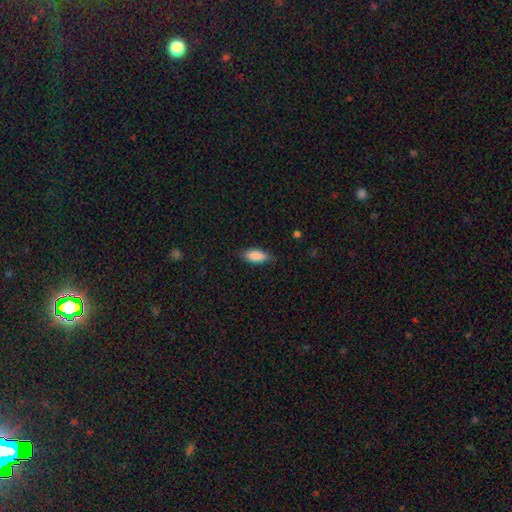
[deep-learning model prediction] A smooth galaxy with no disk features (84%) that is in between round and cigar-shaped (81%). Merging: none (76%).